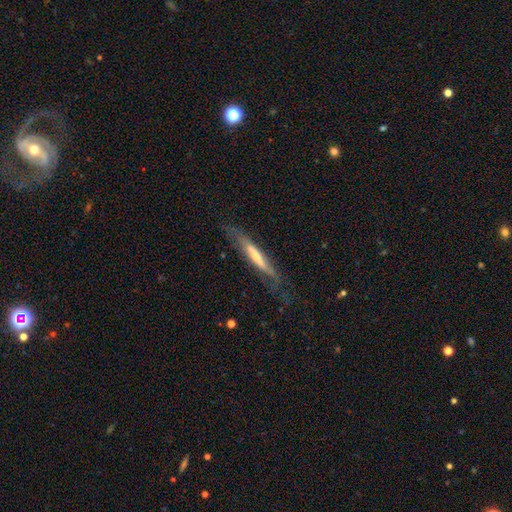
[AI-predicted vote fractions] featured or disk 56%, smooth 38%, star or artifact 6%. Down the decision tree: edge-on disk — yes (79%); merging — none (64%).